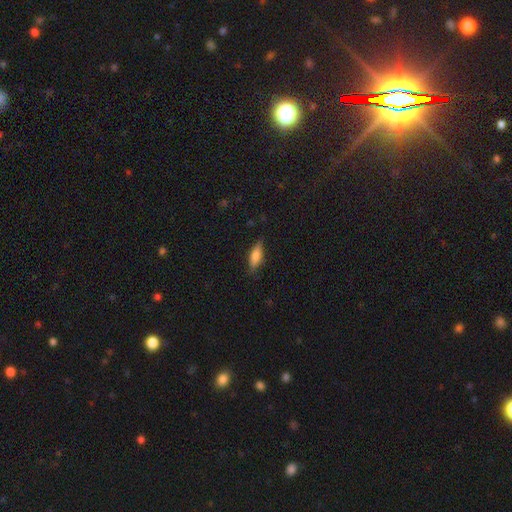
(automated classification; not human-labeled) This appears to be a smooth galaxy with no disk features (67%) that is in between round and cigar-shaped (52%). Merging: none (82%).